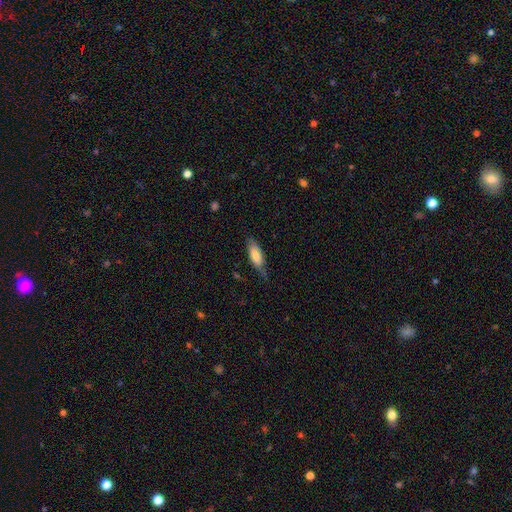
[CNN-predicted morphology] This appears to be a smooth galaxy with no disk features (74%) that is in between round and cigar-shaped (64%). Merging: none (63%).